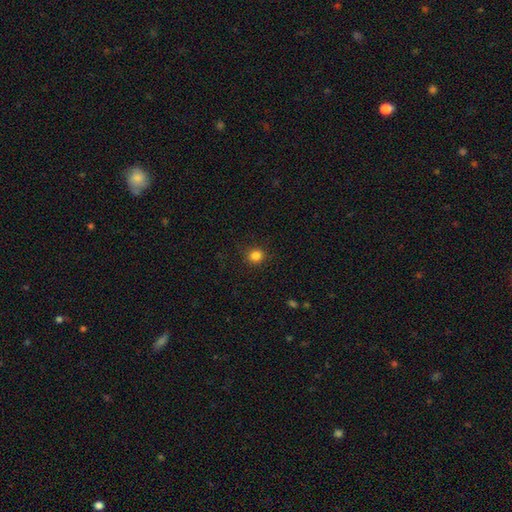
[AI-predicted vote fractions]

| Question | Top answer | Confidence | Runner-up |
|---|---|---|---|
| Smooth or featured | smooth | 84% | star or artifact (12%) |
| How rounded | round | 90% | in between (9%) |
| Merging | none | 90% | minor disturbance (7%) |